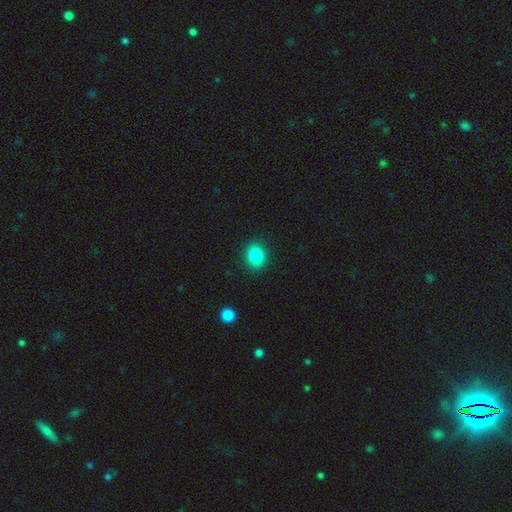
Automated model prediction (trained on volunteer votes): Smooth or featured? Predicted: smooth (p=0.86). How rounded? Predicted: round (p=0.66). Merging? Predicted: none (p=0.89).